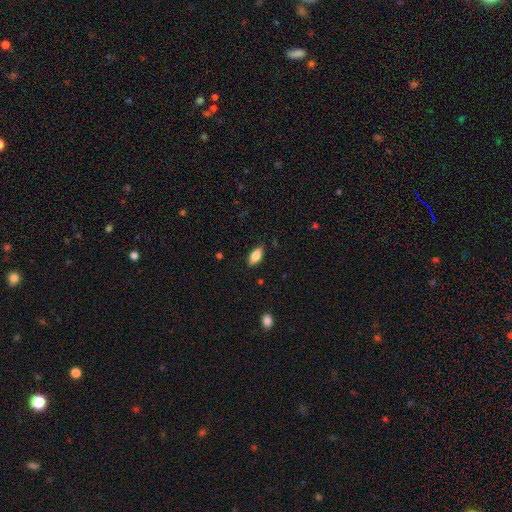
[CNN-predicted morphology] Overall: smooth (78%). How rounded: in between (86%). Merging: none (86%).